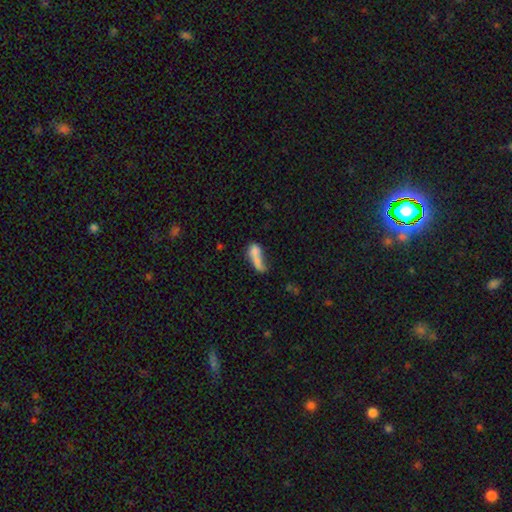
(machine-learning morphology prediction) A smooth galaxy with no disk features (68%) that is in between round and cigar-shaped (57%).

Vote fractions:
- Smooth or featured? smooth: 68% / featured or disk: 22% / star or artifact: 11%
- How rounded? in between: 57% / cigar-shaped: 35% / round: 8%
- Merging? merger: 40% / major disturbance: 22% / none: 22% / minor disturbance: 15%